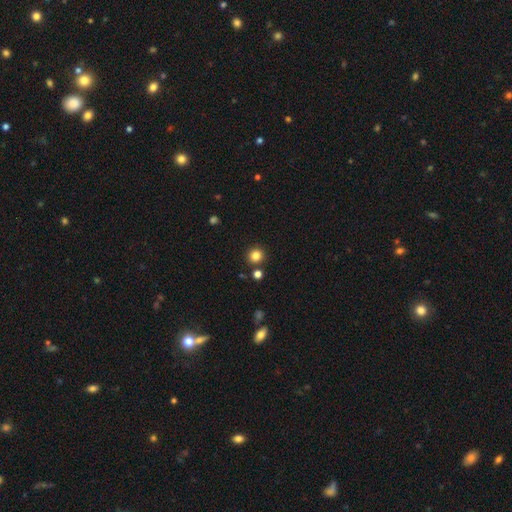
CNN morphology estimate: A smooth galaxy with no disk features (83%) that is round (94%). Merging: none (87%).